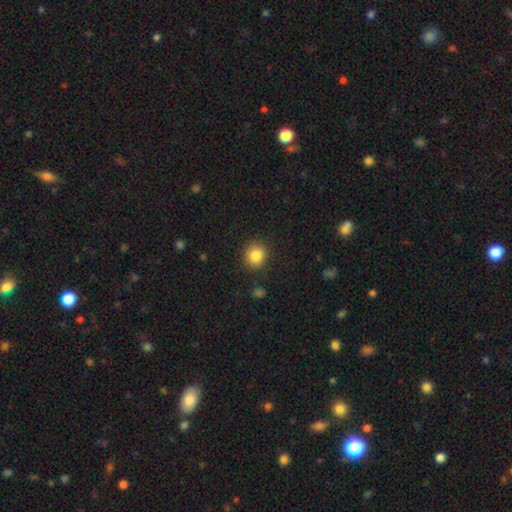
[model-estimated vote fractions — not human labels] smooth_or_featured: smooth (p=0.85) [alt: star or artifact p=0.10]
how_rounded: round (p=0.84) [alt: in between p=0.16]
merging: none (p=0.88) [alt: minor disturbance p=0.08]